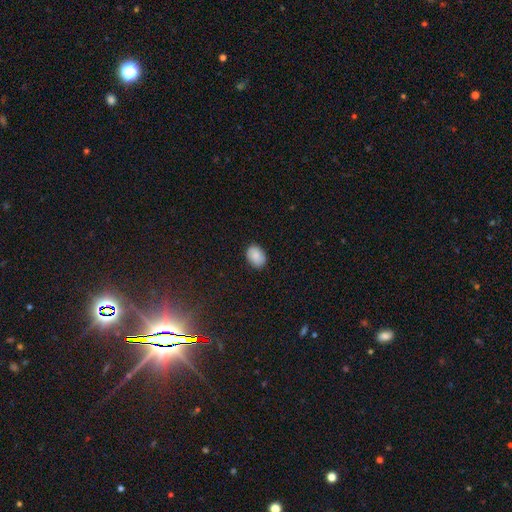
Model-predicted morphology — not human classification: This appears to be a smooth galaxy with no disk features (84%) that is in between round and cigar-shaped (78%). Merging: none (85%).